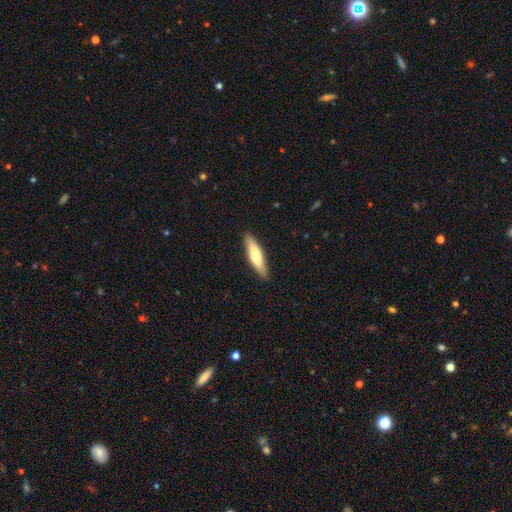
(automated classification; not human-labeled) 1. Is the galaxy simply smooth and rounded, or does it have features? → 69% smooth, 26% featured or disk, 5% star or artifact.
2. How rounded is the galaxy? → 74% cigar-shaped, 25% in between, 1% round.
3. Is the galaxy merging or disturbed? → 89% none, 8% minor disturbance, 2% major disturbance, 1% merger.